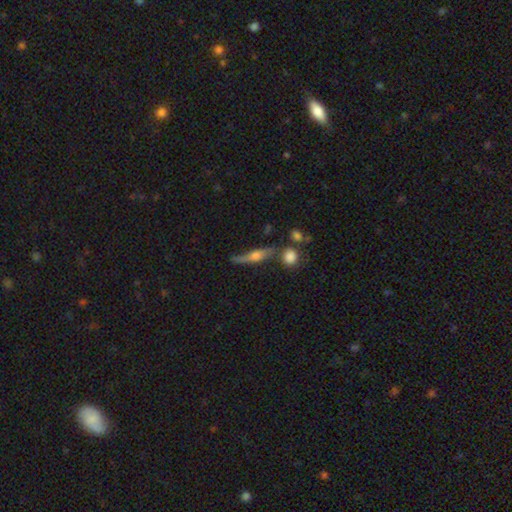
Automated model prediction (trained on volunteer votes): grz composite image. It shows a featured or disk galaxy (57%) viewed edge-on (84%). Merging: none (58%).